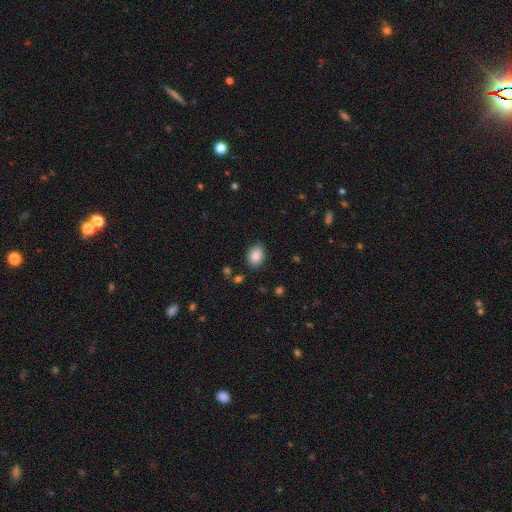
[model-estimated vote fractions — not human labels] Smooth or featured: smooth — 87% (star or artifact — 8%)
How rounded: in between — 68% (round — 31%)
Merging: none — 84% (minor disturbance — 11%)